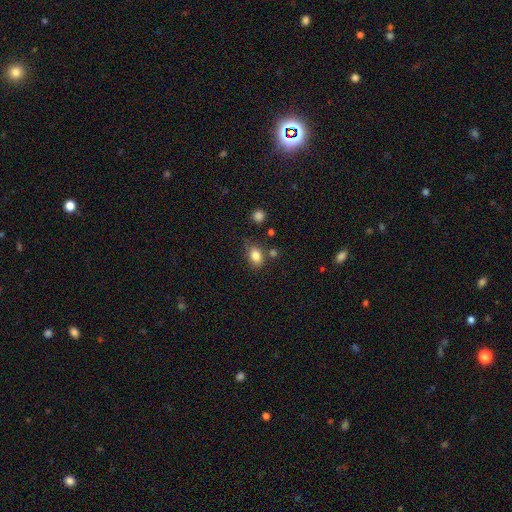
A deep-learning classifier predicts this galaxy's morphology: A smooth galaxy with no disk features (83%) that is in between round and cigar-shaped (73%). Merging: none (67%).